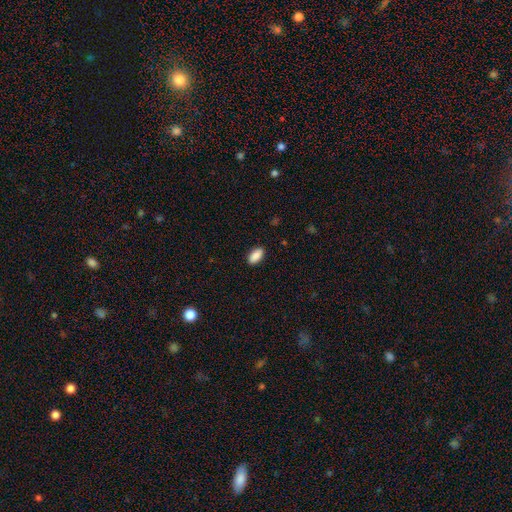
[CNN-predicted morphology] Smooth or featured: smooth — 89% (star or artifact — 7%)
How rounded: in between — 91% (cigar-shaped — 6%)
Merging: none — 89% (minor disturbance — 8%)